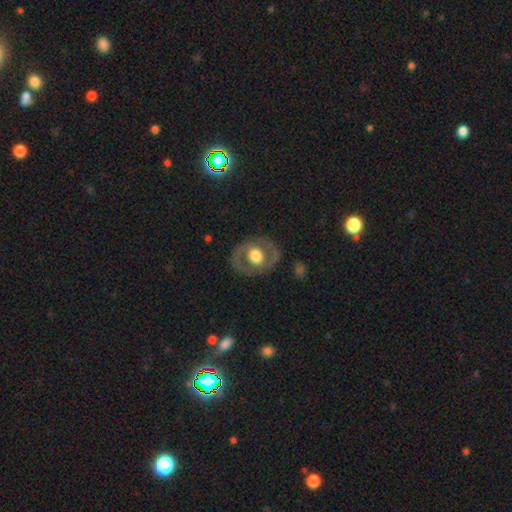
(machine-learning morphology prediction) This appears to be a featured or disk galaxy (57%) with no bar (82%), no spiral arms (75%) and a large central bulge (54%). Merging: none (80%).